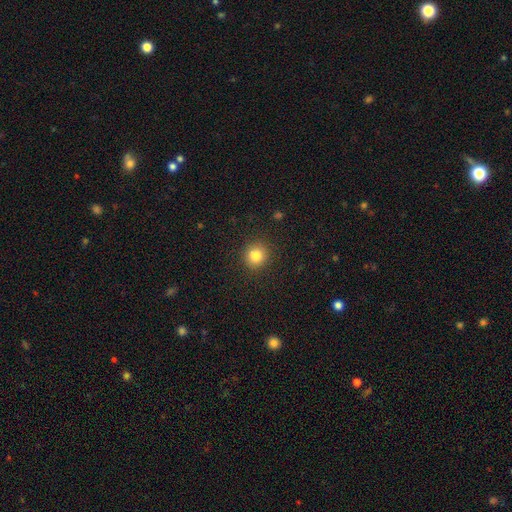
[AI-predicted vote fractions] smooth-or-featured: smooth: 83% | star or artifact: 12% | featured or disk: 6%
  how-rounded: round: 88% | in between: 11% | cigar-shaped: 1%
  merging: none: 89% | minor disturbance: 7% | major disturbance: 2% | merger: 1%